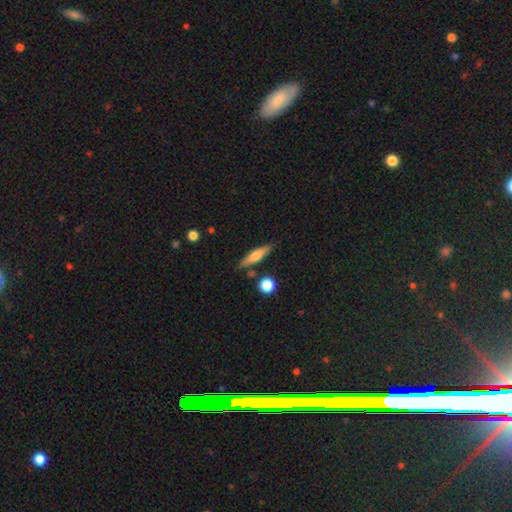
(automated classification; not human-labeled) Smooth or featured? Predicted: smooth (p=0.59). How rounded? Predicted: cigar-shaped (p=0.78). Merging? Predicted: none (p=0.81).